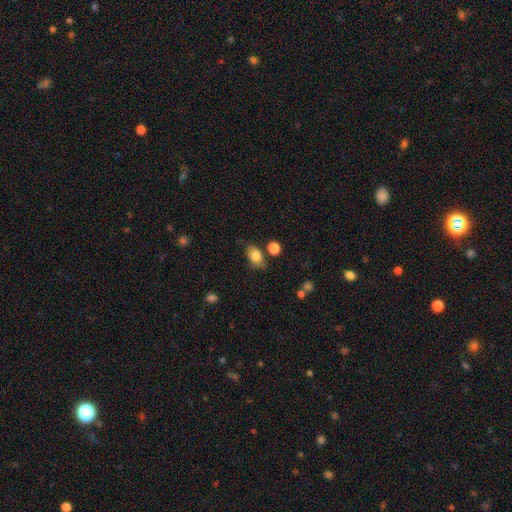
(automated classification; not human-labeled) smooth 83%, star or artifact 9%, featured or disk 8%. Down the decision tree: how rounded — in between (83%); merging — none (70%).